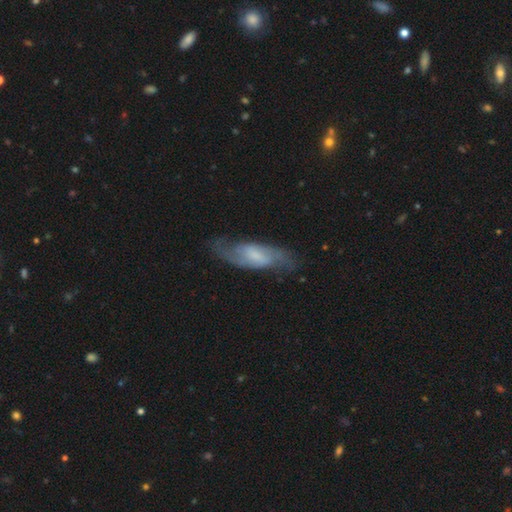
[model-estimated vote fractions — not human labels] Smooth or featured? featured or disk (75%)
Edge-on disk? no (88%)
Bar? weak (51%)
Spiral arms? yes (93%)
Spiral winding? medium (47%)
Spiral arm count? 2 (86%)
Bulge size? small (36%)
Merging? none (75%)